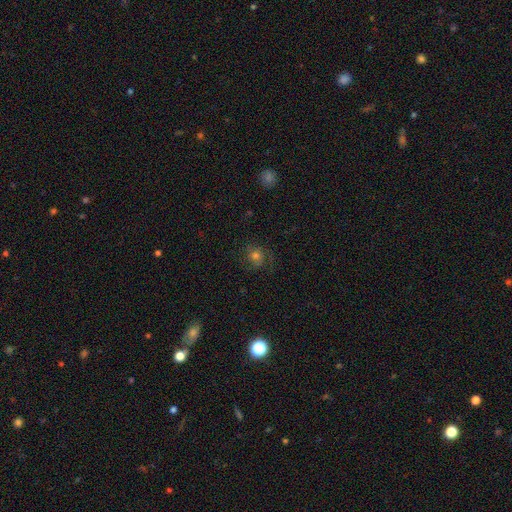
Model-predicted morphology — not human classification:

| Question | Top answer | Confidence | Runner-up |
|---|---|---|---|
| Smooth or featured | smooth | 44% | featured or disk (38%) |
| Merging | none | 70% | minor disturbance (17%) |